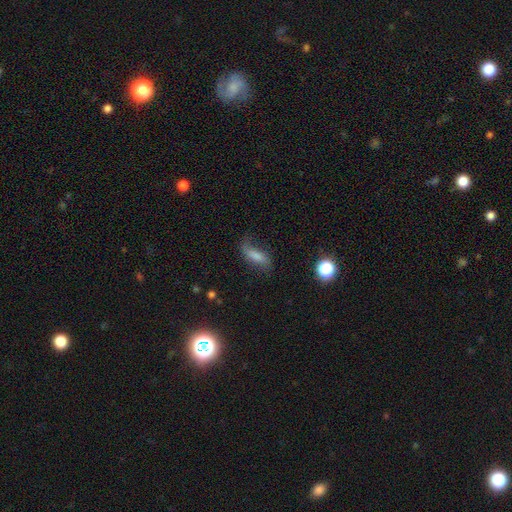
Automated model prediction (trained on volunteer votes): Smooth or featured?
  - smooth: 50% *
  - featured or disk: 35%
  - star or artifact: 15%
How rounded?
  - in between: 58% *
  - cigar-shaped: 36%
  - round: 6%
Merging?
  - none: 56% *
  - minor disturbance: 25%
  - major disturbance: 16%
  - merger: 3%